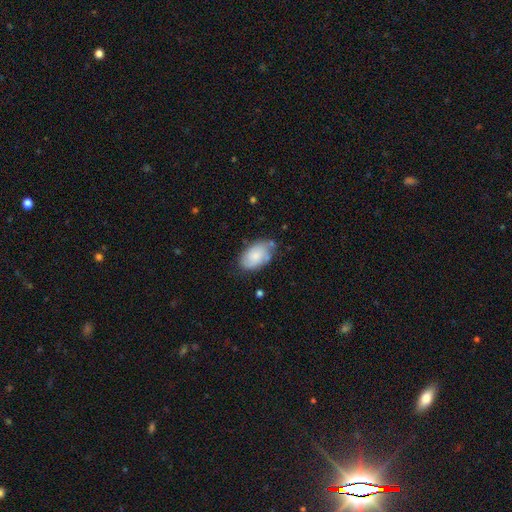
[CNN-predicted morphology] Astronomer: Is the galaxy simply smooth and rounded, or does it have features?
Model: smooth — 66%.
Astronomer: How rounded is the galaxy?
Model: in between — 92%.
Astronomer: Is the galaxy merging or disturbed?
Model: none — 61%.